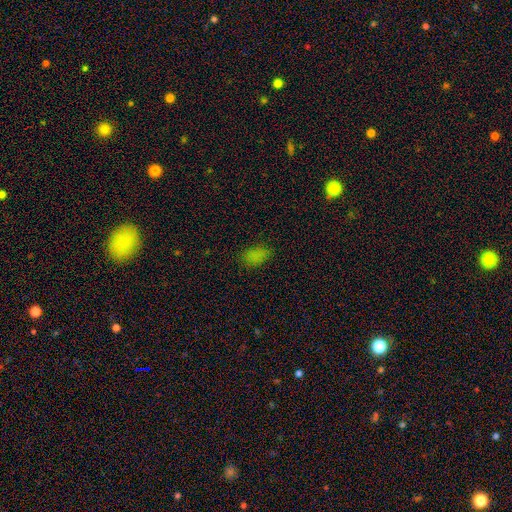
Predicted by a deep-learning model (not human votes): Overall: smooth (77%). How rounded: in between (89%). Merging: none (79%).